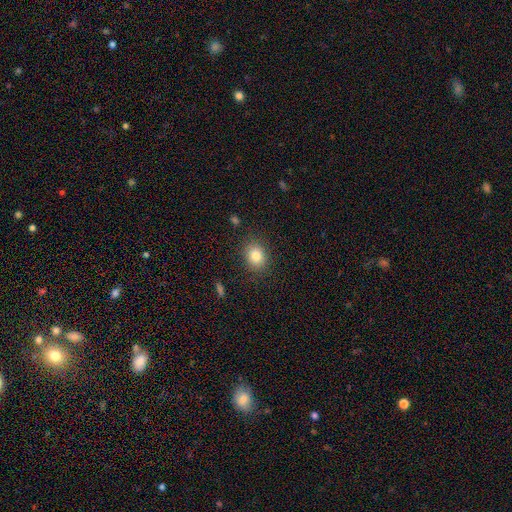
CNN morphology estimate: Q: Smooth or featured?
A: smooth (82%); runner-up: star or artifact (10%)
Q: How rounded?
A: round (58%); runner-up: in between (41%)
Q: Merging?
A: none (86%); runner-up: minor disturbance (9%)